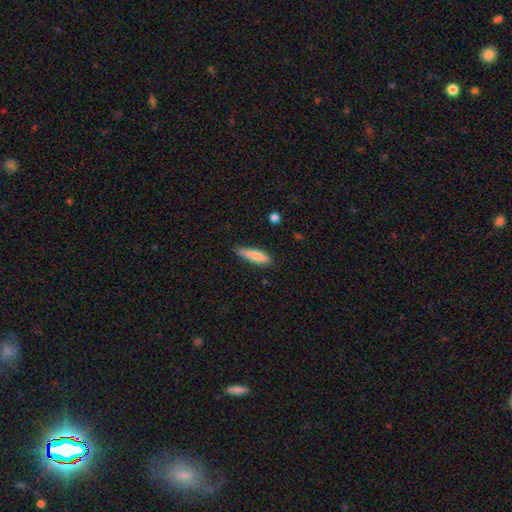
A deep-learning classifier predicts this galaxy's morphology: A smooth galaxy with no disk features (78%) that is cigar-shaped (73%).

Vote fractions:
- Smooth or featured? smooth: 78% / featured or disk: 16% / star or artifact: 6%
- How rounded? cigar-shaped: 73% / in between: 26% / round: 2%
- Merging? none: 80% / minor disturbance: 16% / major disturbance: 3% / merger: 2%